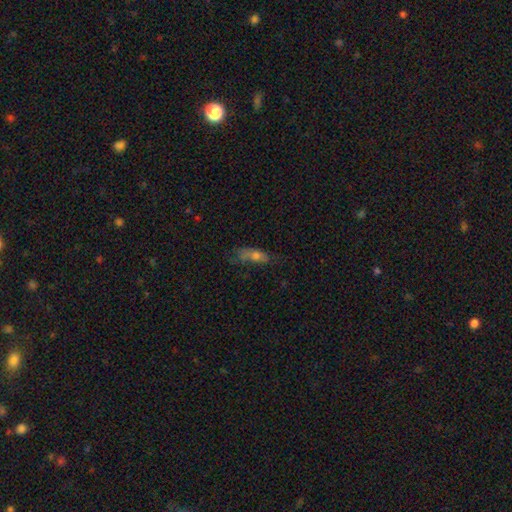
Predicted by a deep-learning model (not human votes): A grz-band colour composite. It shows a smooth galaxy with no disk features (64%) that is in between round and cigar-shaped (63%). Merging: none (40%).